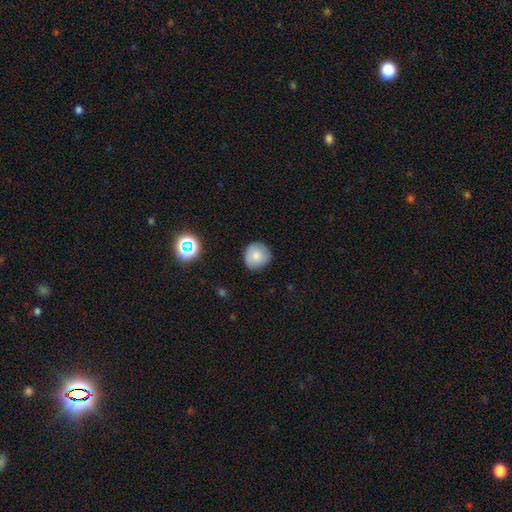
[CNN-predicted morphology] smooth-or-featured: smooth: 79% | featured or disk: 12% | star or artifact: 10%
  how-rounded: round: 91% | in between: 8% | cigar-shaped: 1%
  merging: none: 84% | minor disturbance: 12% | major disturbance: 2% | merger: 1%